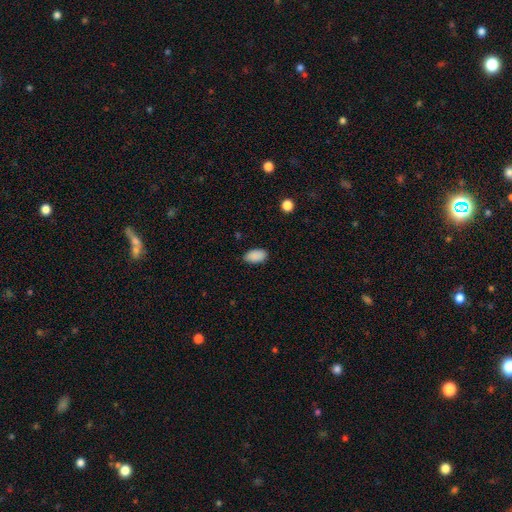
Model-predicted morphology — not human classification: This is clearly a smooth galaxy (89%). How rounded: clearly in between (94%). Merging: clearly none (84%).